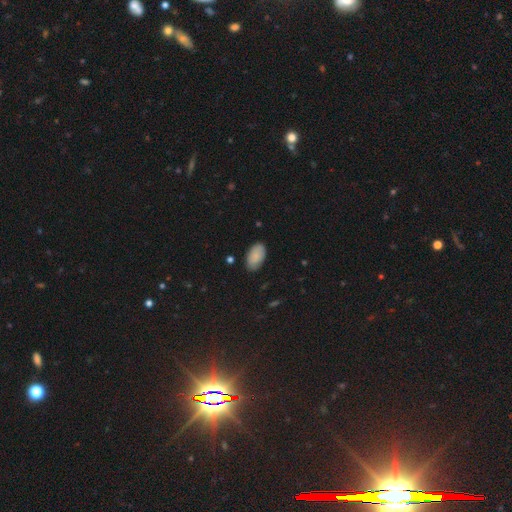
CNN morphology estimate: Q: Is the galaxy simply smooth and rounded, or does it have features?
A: smooth — 87%.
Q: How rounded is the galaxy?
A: in between — 95%.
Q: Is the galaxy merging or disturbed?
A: none — 85%.